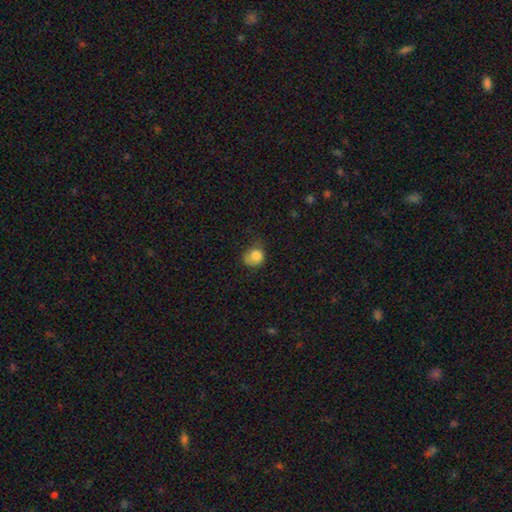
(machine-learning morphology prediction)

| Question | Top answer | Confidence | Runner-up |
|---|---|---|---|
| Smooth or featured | smooth | 82% | star or artifact (10%) |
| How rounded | round | 65% | in between (35%) |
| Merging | none | 42% | minor disturbance (37%) |